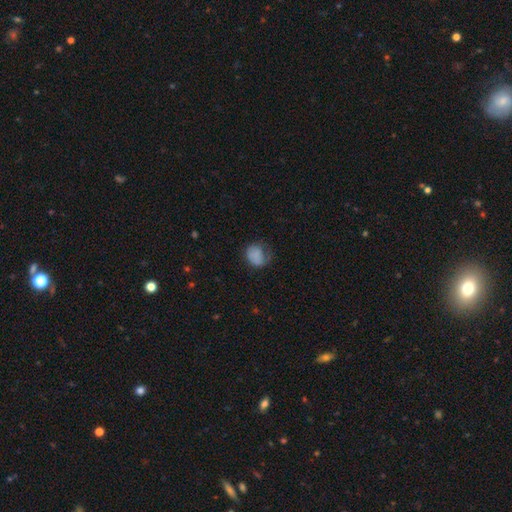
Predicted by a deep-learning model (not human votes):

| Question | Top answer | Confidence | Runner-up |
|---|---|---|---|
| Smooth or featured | smooth | 77% | featured or disk (13%) |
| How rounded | round | 56% | in between (44%) |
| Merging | none | 39% | minor disturbance (32%) |